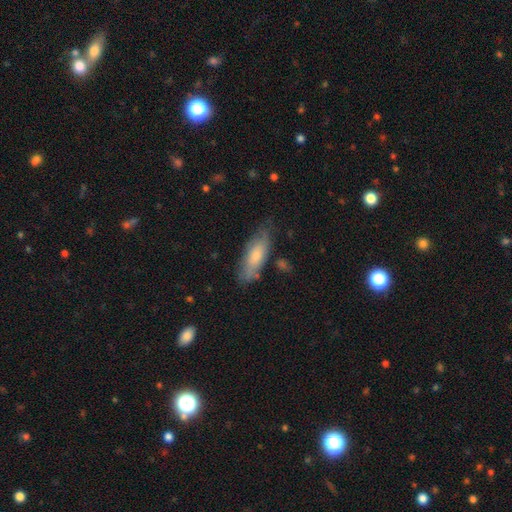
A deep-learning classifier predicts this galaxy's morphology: smooth_or_featured: smooth (p=0.66) [alt: featured or disk p=0.28]
how_rounded: in between (p=0.67) [alt: cigar-shaped p=0.31]
merging: none (p=0.69) [alt: minor disturbance p=0.23]